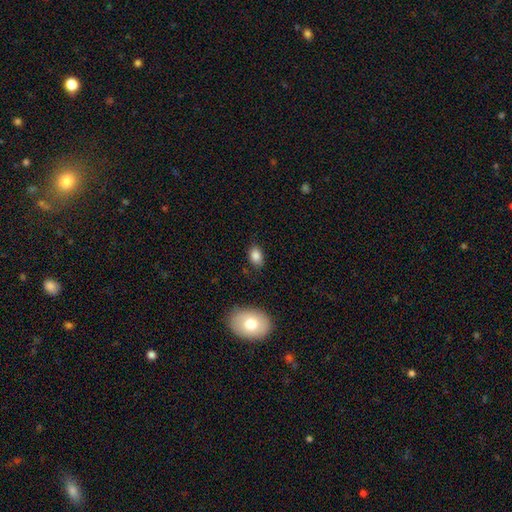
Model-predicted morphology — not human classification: Smooth or featured?
  - smooth: 85% *
  - star or artifact: 9%
  - featured or disk: 6%
How rounded?
  - in between: 85% *
  - round: 14%
  - cigar-shaped: 1%
Merging?
  - none: 83% *
  - minor disturbance: 12%
  - major disturbance: 3%
  - merger: 2%